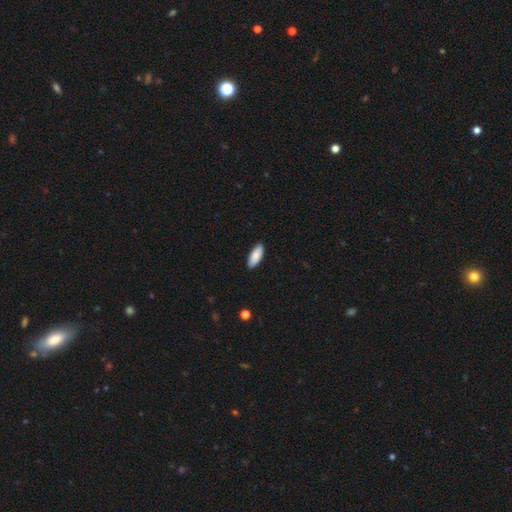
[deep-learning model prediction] Q: Smooth or featured?
A: smooth (87%); runner-up: featured or disk (8%)
Q: How rounded?
A: in between (78%); runner-up: cigar-shaped (21%)
Q: Merging?
A: none (89%); runner-up: minor disturbance (9%)